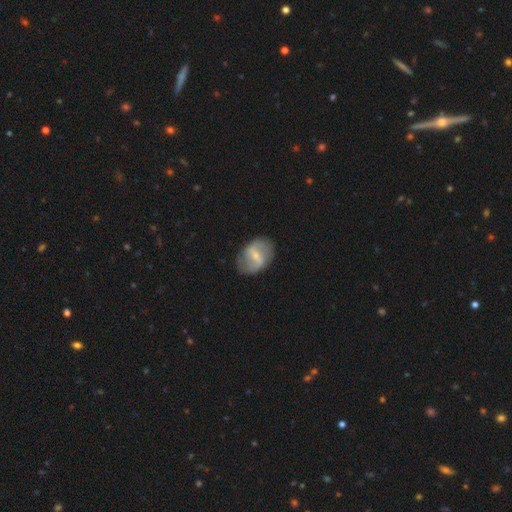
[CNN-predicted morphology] Smooth or featured: featured or disk — 69% (smooth — 25%)
Edge-on disk: no — 96% (yes — 4%)
Bar: strong — 45% (weak — 44%)
Spiral arms: yes — 71% (no — 29%)
Bulge size: small — 59% (moderate — 31%)
Merging: none — 75% (minor disturbance — 17%)